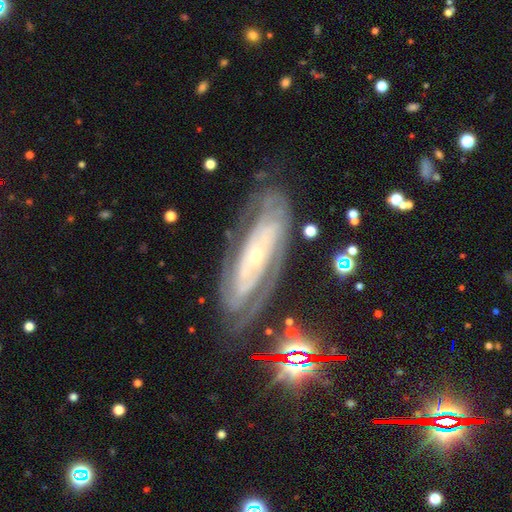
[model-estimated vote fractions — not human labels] Overall: featured or disk (84%). Edge-on disk: no (88%). Bar: no (68%). Spiral arms: yes (92%). Spiral arm count: can't tell (39%; 2 32%). Spiral winding: tight (71%). Bulge size: small (79%). Merging: none (73%).